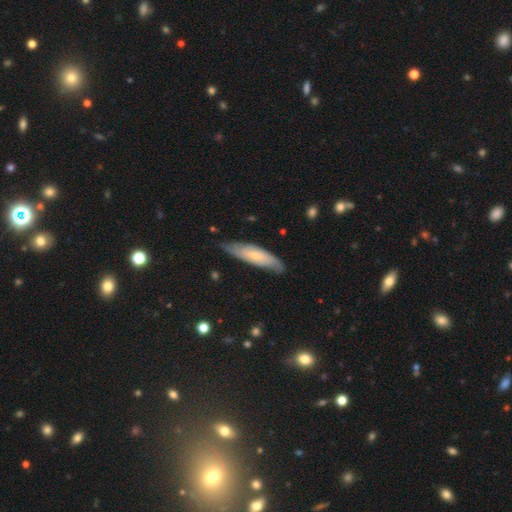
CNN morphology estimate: This appears to be a featured or disk galaxy (48%). Merging: none (74%).